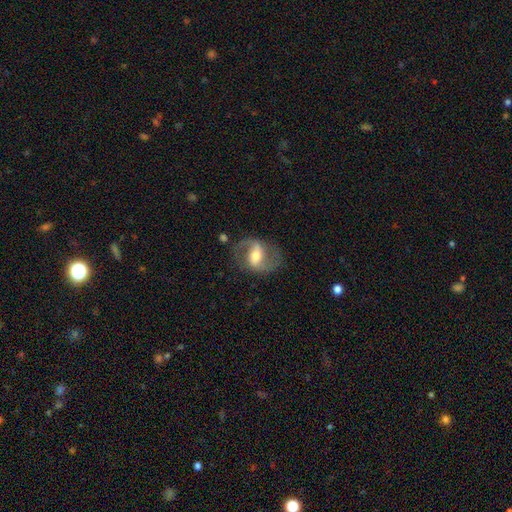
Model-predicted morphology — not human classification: This is clearly a featured or disk galaxy (82%). It is clearly not viewed edge-on (96%). Bar: marginally weak (43%). Spiral arm pattern: clearly yes (92%). Spiral arm count: clearly 2 (90%). Spiral winding: possibly medium (46%). Central bulge: likely moderate (65%). Merging: likely none (76%).